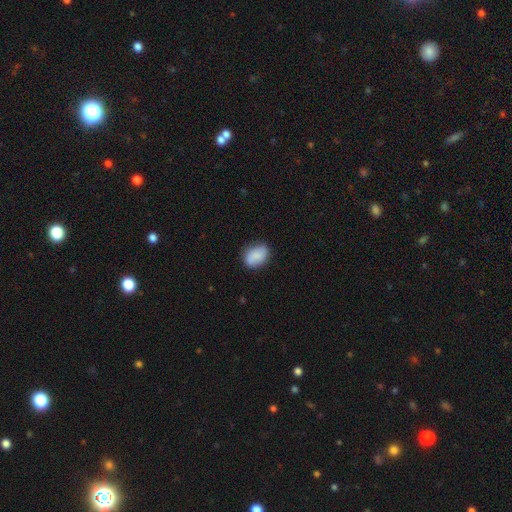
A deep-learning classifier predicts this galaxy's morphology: Smooth or featured: smooth — 77% (featured or disk — 15%)
How rounded: in between — 72% (round — 26%)
Merging: none — 76% (minor disturbance — 18%)